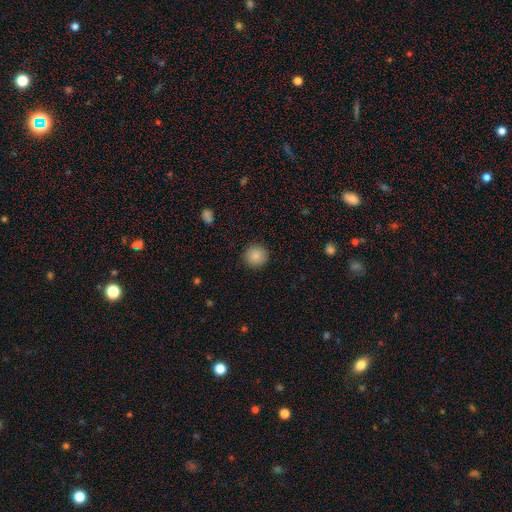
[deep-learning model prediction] Q: Smooth or featured?
A: smooth (86%); runner-up: star or artifact (9%)
Q: How rounded?
A: round (93%); runner-up: in between (6%)
Q: Merging?
A: none (92%); runner-up: minor disturbance (5%)